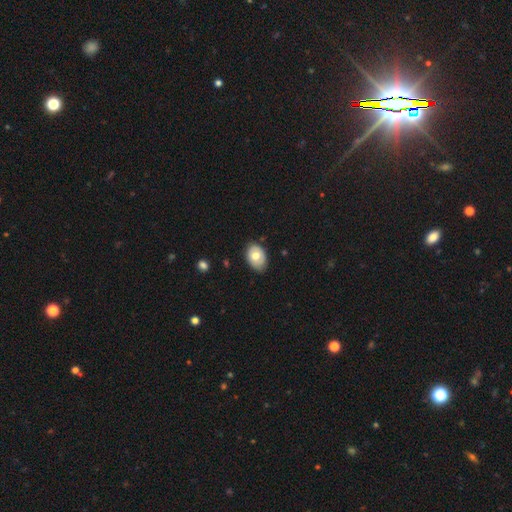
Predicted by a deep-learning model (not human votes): A smooth galaxy with no disk features (68%) that is in between round and cigar-shaped (82%).

Vote fractions:
- Smooth or featured? smooth: 68% / featured or disk: 25% / star or artifact: 7%
- How rounded? in between: 82% / round: 17% / cigar-shaped: 1%
- Merging? none: 80% / minor disturbance: 16% / major disturbance: 3% / merger: 1%